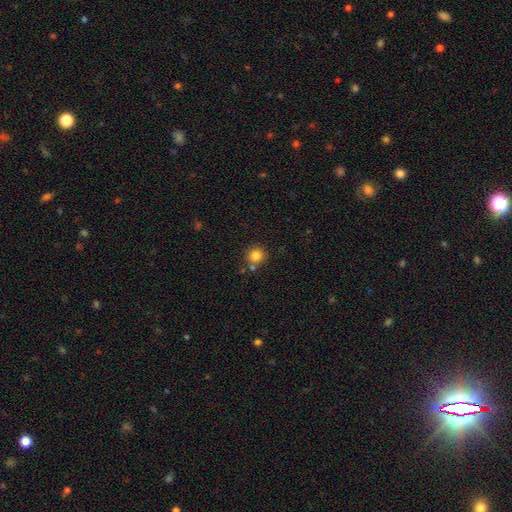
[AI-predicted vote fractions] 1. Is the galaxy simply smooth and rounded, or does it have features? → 83% smooth, 12% star or artifact, 5% featured or disk.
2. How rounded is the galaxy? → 92% round, 7% in between, 1% cigar-shaped.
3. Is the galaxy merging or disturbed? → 78% none, 11% merger, 8% minor disturbance, 2% major disturbance.